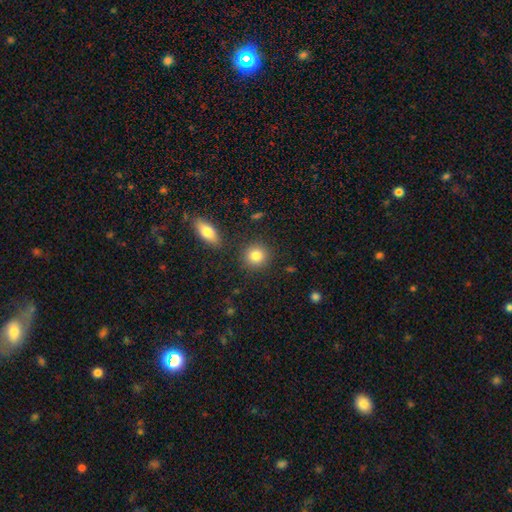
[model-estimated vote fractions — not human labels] This appears to be a smooth galaxy with no disk features (84%) that is round (89%). Merging: none (86%).